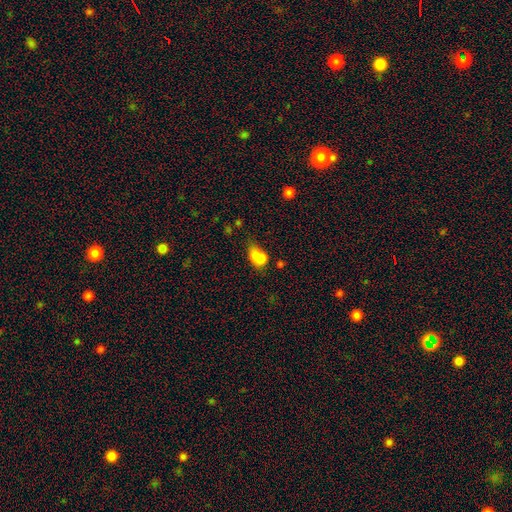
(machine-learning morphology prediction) smooth 74%, featured or disk 16%, star or artifact 11%. Down the decision tree: how rounded — in between (61%); merging — merger (54%).